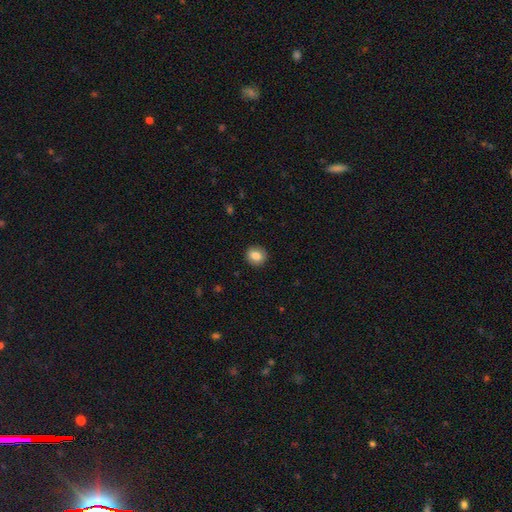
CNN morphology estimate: smooth 83%, star or artifact 9%, featured or disk 8%. Down the decision tree: how rounded — round (76%); merging — none (90%).